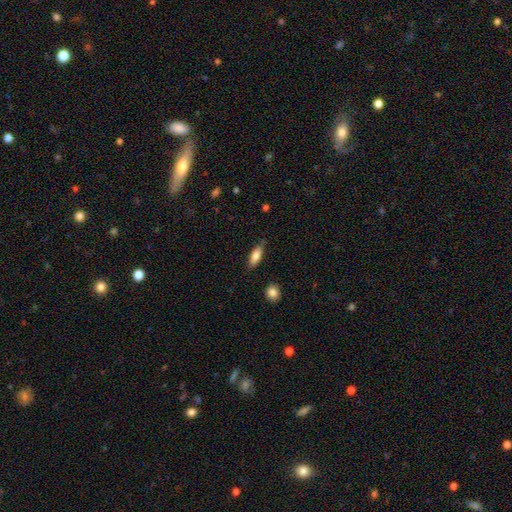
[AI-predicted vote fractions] The model was most divided on "how rounded": in between: 69%, cigar-shaped: 28%, round: 2%. More confident: smooth or featured — smooth (78%); merging — none (78%).